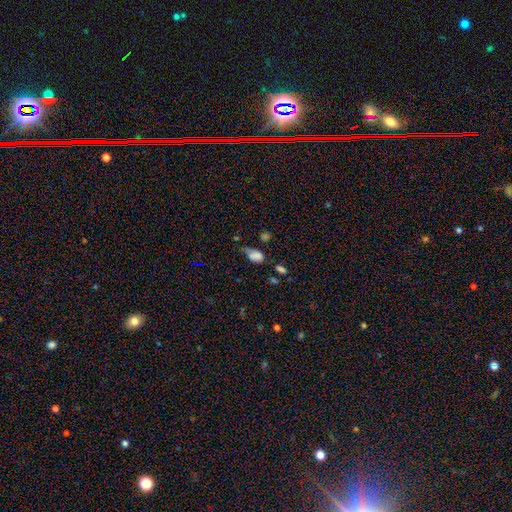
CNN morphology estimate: A smooth galaxy with no disk features (74%) that is in between round and cigar-shaped (88%). Merging: minor disturbance (36%).